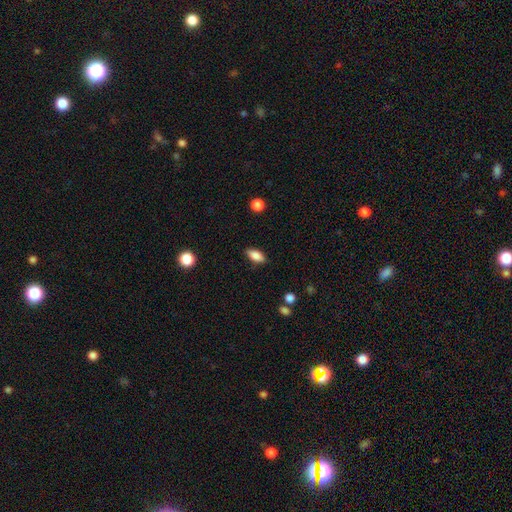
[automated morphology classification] Smooth or featured? Predicted: smooth (p=0.83). How rounded? Predicted: in between (p=0.86). Merging? Predicted: none (p=0.85).